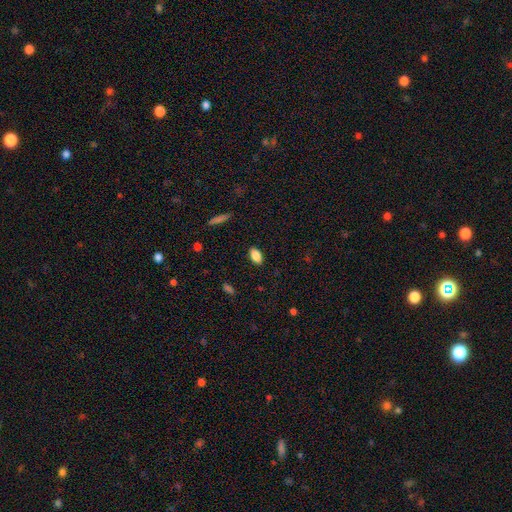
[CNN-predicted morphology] The model was most divided on "smooth or featured": smooth: 86%, star or artifact: 8%, featured or disk: 6%. More confident: how rounded — in between (90%); merging — none (87%).